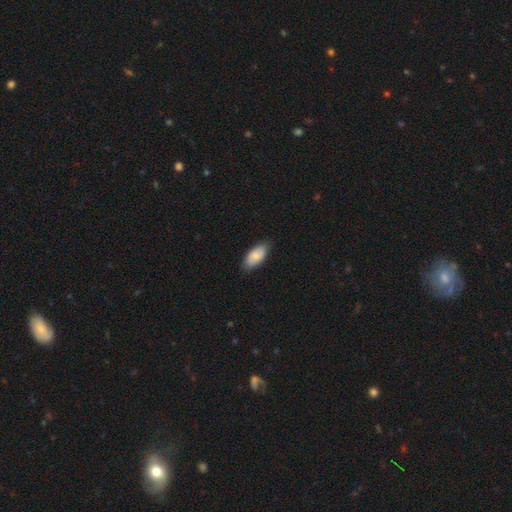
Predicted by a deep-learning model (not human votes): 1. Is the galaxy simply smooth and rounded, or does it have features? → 77% smooth, 17% featured or disk, 6% star or artifact.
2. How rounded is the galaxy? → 92% in between, 5% cigar-shaped, 3% round.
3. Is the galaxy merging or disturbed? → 80% none, 16% minor disturbance, 3% major disturbance, 1% merger.